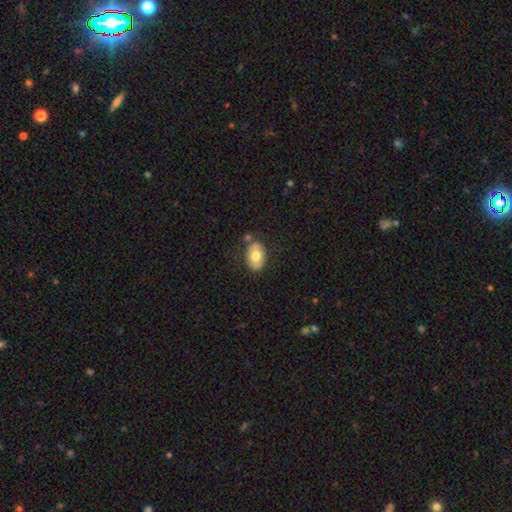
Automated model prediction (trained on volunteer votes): A smooth galaxy with no disk features (69%) that is in between round and cigar-shaped (83%). Merging: none (73%).